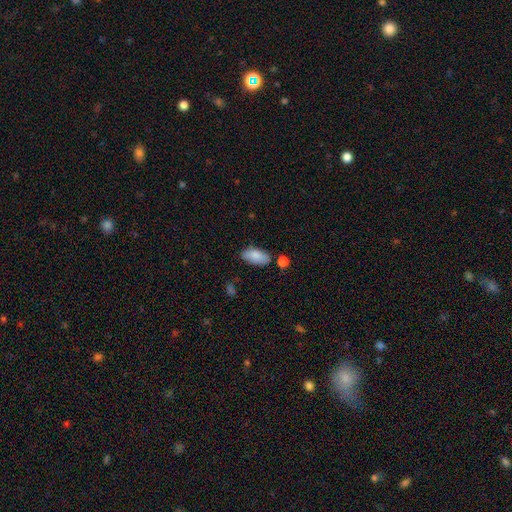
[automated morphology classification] Smooth or featured? Predicted: smooth (p=0.86). How rounded? Predicted: in between (p=0.92). Merging? Predicted: none (p=0.77).